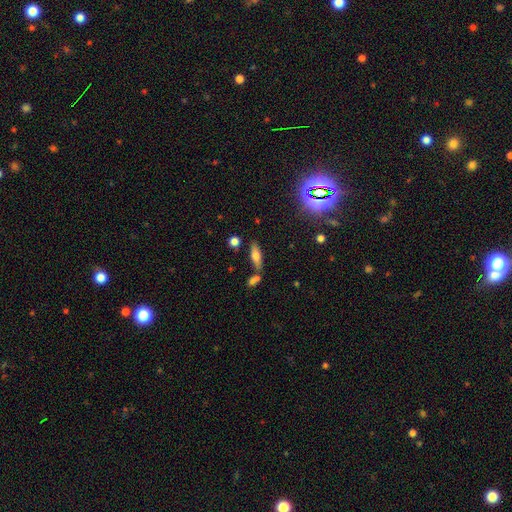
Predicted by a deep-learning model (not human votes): smooth 58%, featured or disk 32%, star or artifact 10%. Down the decision tree: how rounded — in between (51%); merging — none (72%).